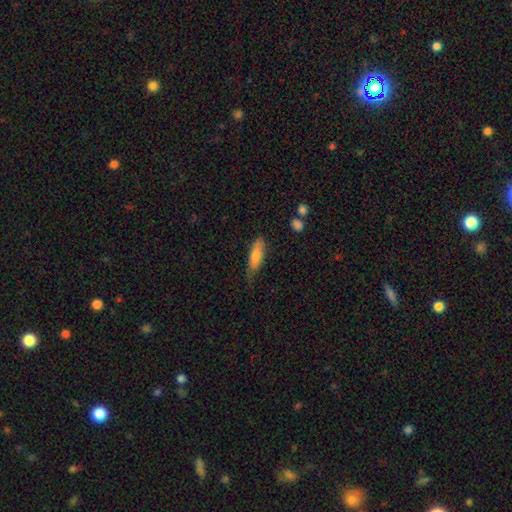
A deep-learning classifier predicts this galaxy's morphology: smooth_or_featured: smooth (p=0.73) [alt: featured or disk p=0.21]
how_rounded: cigar-shaped (p=0.54) [alt: in between p=0.44]
merging: none (p=0.62) [alt: minor disturbance p=0.29]